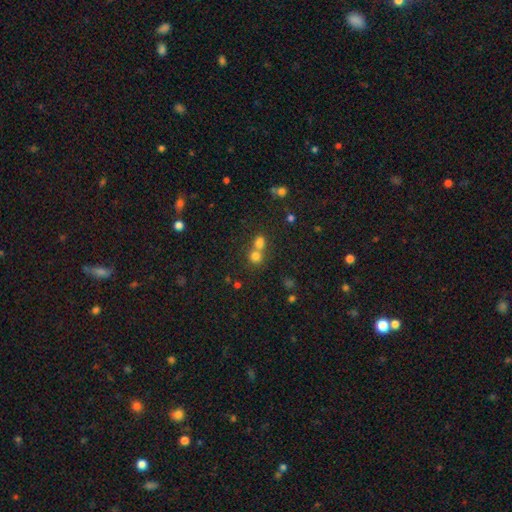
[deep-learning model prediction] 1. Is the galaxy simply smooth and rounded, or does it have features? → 73% smooth, 17% star or artifact, 10% featured or disk.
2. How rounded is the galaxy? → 81% round, 18% in between, 1% cigar-shaped.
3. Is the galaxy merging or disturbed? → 52% merger, 39% none, 6% minor disturbance, 3% major disturbance.